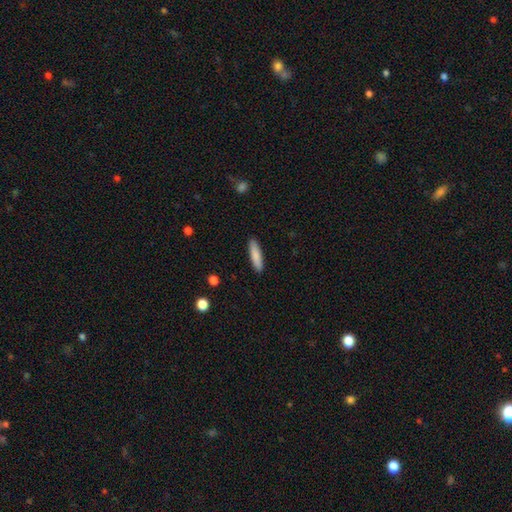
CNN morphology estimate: type=smooth (85%); roundness=cigar-shaped (75%); merging=none (90%).